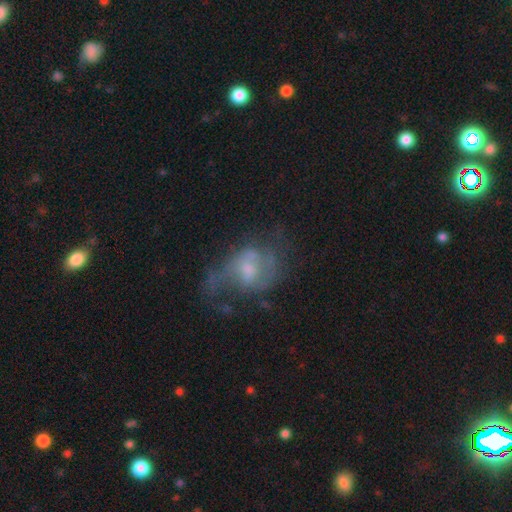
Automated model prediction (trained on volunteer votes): smooth_or_featured: featured or disk (p=0.63) [alt: smooth p=0.27]
disk_edge_on: no (p=0.96) [alt: yes p=0.04]
bar: no (p=0.60) [alt: weak p=0.34]
has_spiral_arms: yes (p=0.59) [alt: no p=0.41]
bulge_size: moderate (p=0.42) [tied with: small p=0.42]
merging: major disturbance (p=0.38) [alt: none p=0.36]